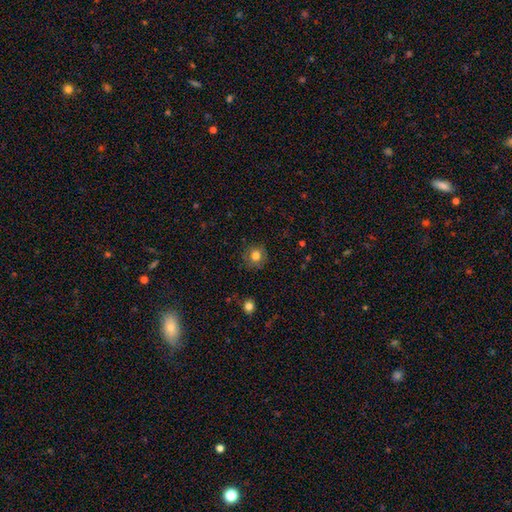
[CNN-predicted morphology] smooth_or_featured: smooth (p=0.80) [alt: star or artifact p=0.11]
how_rounded: round (p=0.87) [alt: in between p=0.12]
merging: none (p=0.82) [alt: minor disturbance p=0.13]